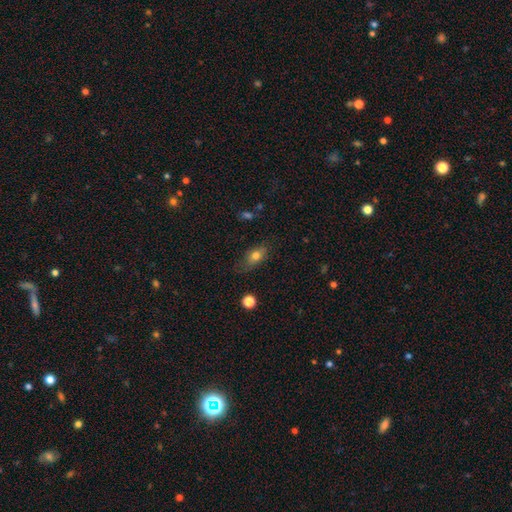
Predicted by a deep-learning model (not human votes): Smooth or featured?
  - smooth: 75% *
  - featured or disk: 15%
  - star or artifact: 10%
How rounded?
  - in between: 77% *
  - round: 13%
  - cigar-shaped: 9%
Merging?
  - none: 65% *
  - minor disturbance: 25%
  - major disturbance: 8%
  - merger: 2%